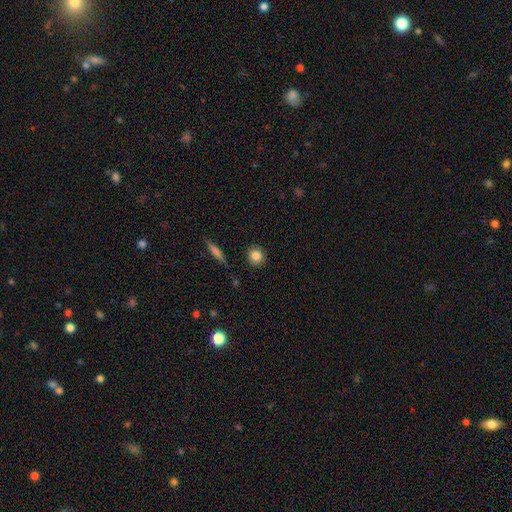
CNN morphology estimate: smooth-or-featured: smooth: 83% | star or artifact: 9% | featured or disk: 7%
  how-rounded: round: 85% | in between: 13% | cigar-shaped: 2%
  merging: none: 89% | minor disturbance: 7% | major disturbance: 2% | merger: 2%